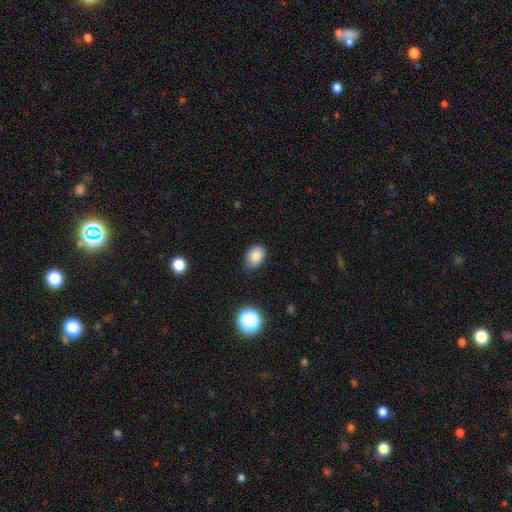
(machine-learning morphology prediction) A smooth galaxy with no disk features (85%) that is in between round and cigar-shaped (77%).

Vote fractions:
- Smooth or featured? smooth: 85% / star or artifact: 10% / featured or disk: 5%
- How rounded? in between: 77% / round: 22% / cigar-shaped: 1%
- Merging? none: 72% / minor disturbance: 23% / major disturbance: 4% / merger: 1%